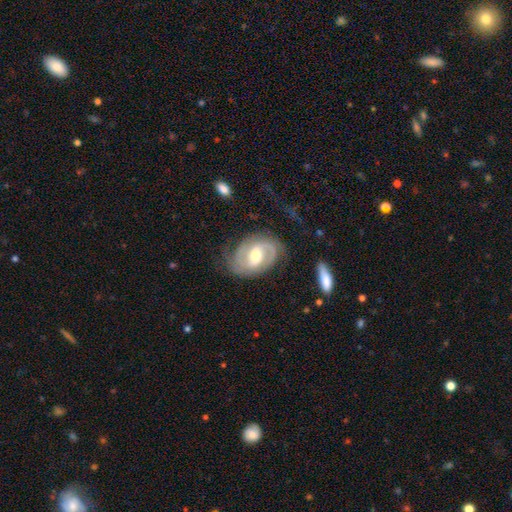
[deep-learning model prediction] Morphology: type=featured or disk (85%); edge-on=no (96%); bar=weak (49%); spiral arms=yes (94%); winding=tight (45%); arm count=2 (74%); bulge=moderate (70%); merging=none (70%).